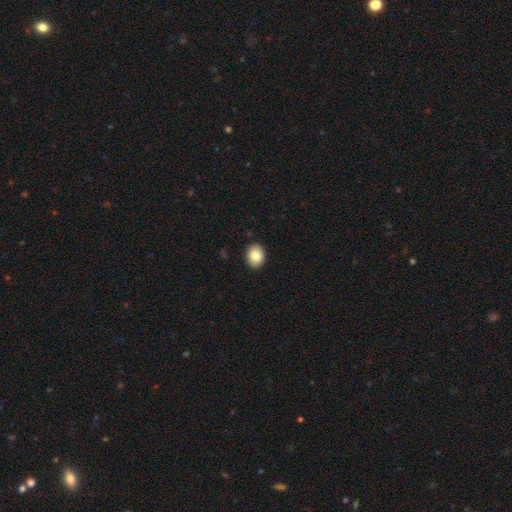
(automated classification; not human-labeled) A smooth galaxy with no disk features (85%) that is in between round and cigar-shaped (54%).

Vote fractions:
- Smooth or featured? smooth: 85% / star or artifact: 8% / featured or disk: 7%
- How rounded? in between: 54% / round: 45% / cigar-shaped: 1%
- Merging? none: 91% / minor disturbance: 7% / major disturbance: 2% / merger: 1%